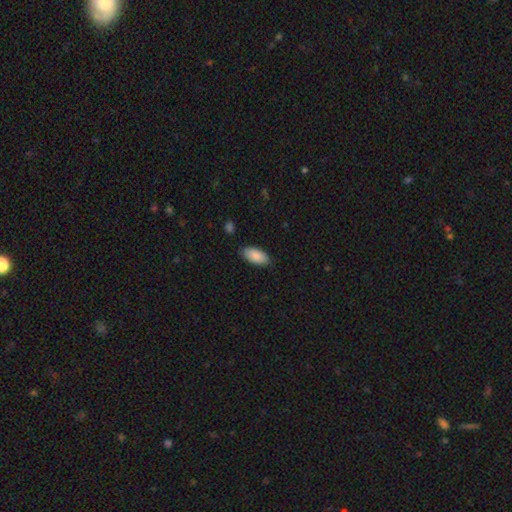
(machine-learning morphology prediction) Smooth or featured? Predicted: smooth (p=0.89). How rounded? Predicted: in between (p=0.93). Merging? Predicted: none (p=0.85).